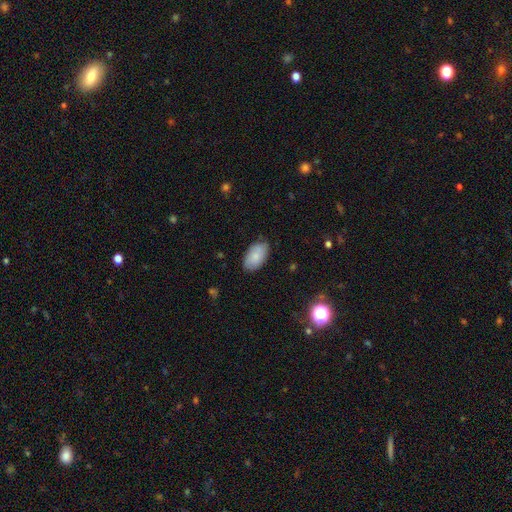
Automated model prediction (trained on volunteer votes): smooth 82%, featured or disk 11%, star or artifact 7%. Down the decision tree: how rounded — in between (94%); merging — none (81%).